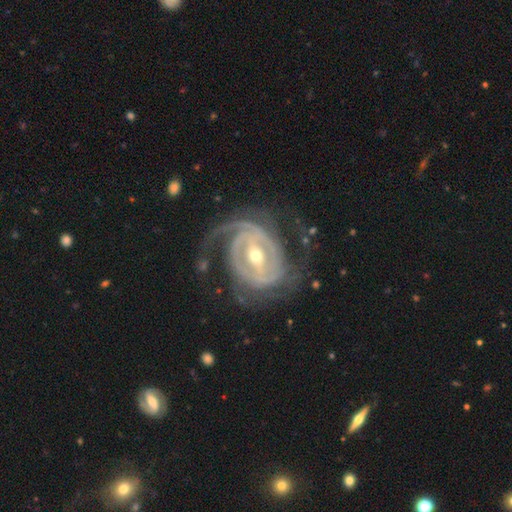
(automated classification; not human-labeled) Smooth or featured? Predicted: featured or disk (p=0.91). Edge-on disk? Predicted: no (p=0.96). Bar? Predicted: strong (p=0.57). Spiral arms? Predicted: yes (p=0.95). Spiral winding? Predicted: tight (p=0.61). Spiral arm count? Predicted: 2 (p=0.39). Bulge size? Predicted: moderate (p=0.52). Merging? Predicted: none (p=0.62).